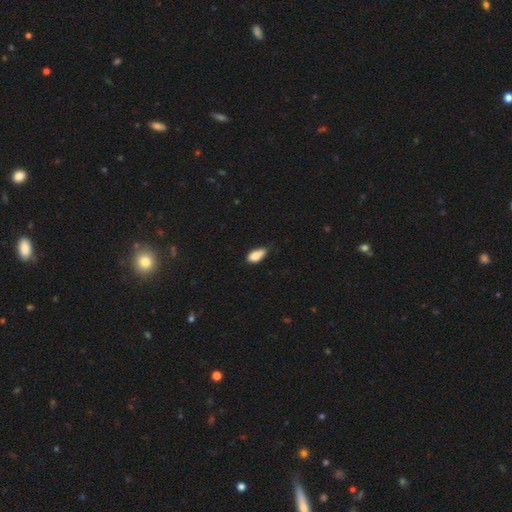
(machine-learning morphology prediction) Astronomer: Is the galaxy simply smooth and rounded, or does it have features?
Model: smooth — 87%.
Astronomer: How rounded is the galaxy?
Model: in between — 89%.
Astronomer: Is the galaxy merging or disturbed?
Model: none — 47% (runner-up: minor disturbance, 44%).